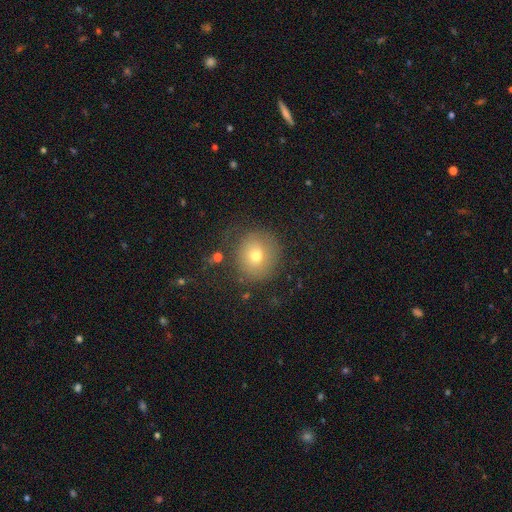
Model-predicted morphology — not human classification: Overall: smooth (71%). How rounded: round (89%). Merging: none (75%).